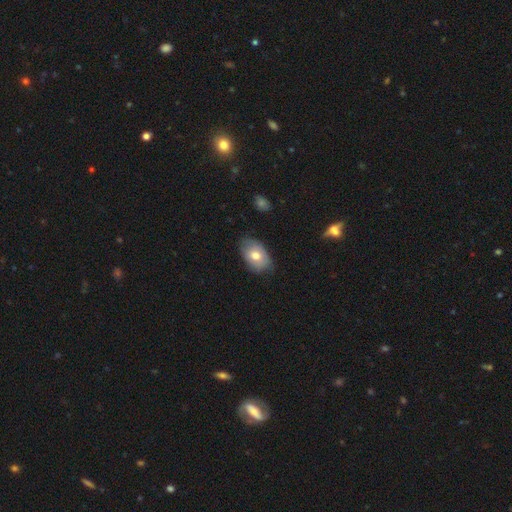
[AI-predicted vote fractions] Smooth or featured?
  - smooth: 72% *
  - featured or disk: 20%
  - star or artifact: 7%
How rounded?
  - in between: 85% *
  - round: 14%
  - cigar-shaped: 1%
Merging?
  - none: 70% *
  - minor disturbance: 24%
  - major disturbance: 4%
  - merger: 1%